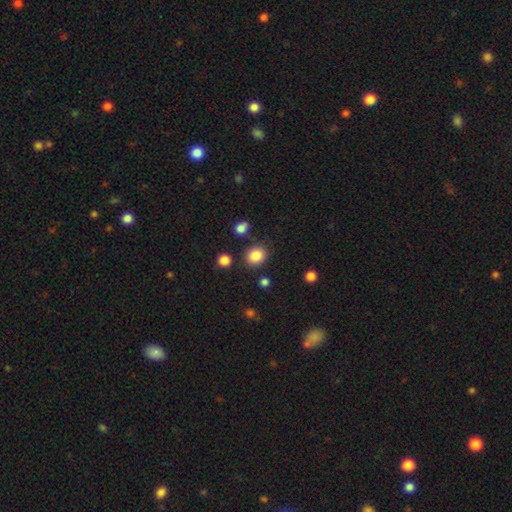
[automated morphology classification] smooth 85%, star or artifact 10%, featured or disk 5%. Down the decision tree: how rounded — round (68%); merging — none (83%).